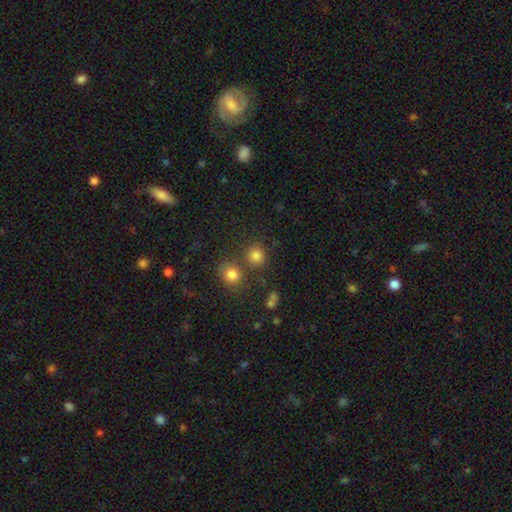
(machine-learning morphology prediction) This is likely a smooth galaxy (80%). How rounded: clearly round (87%). Merging: likely none (70%).